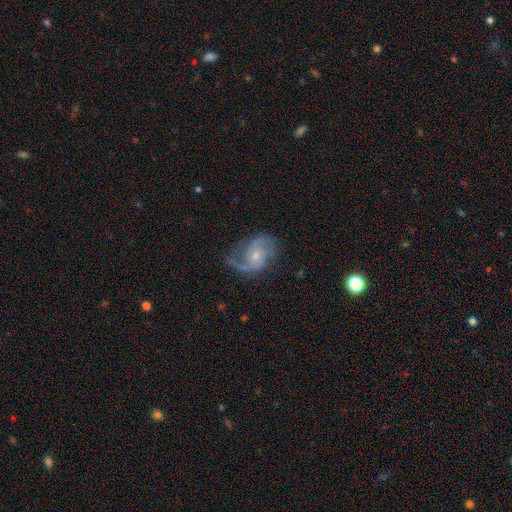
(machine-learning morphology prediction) smooth_or_featured: featured or disk (p=0.84) [alt: smooth p=0.10]
disk_edge_on: no (p=0.98) [alt: yes p=0.02]
bar: no (p=0.65) [alt: weak p=0.31]
has_spiral_arms: yes (p=0.95) [alt: no p=0.05]
spiral_winding: medium (p=0.50) [alt: loose p=0.27]
spiral_arm_count: 2 (p=0.77) [alt: can't tell p=0.08]
bulge_size: small (p=0.64) [alt: moderate p=0.29]
merging: none (p=0.62) [alt: minor disturbance p=0.21]